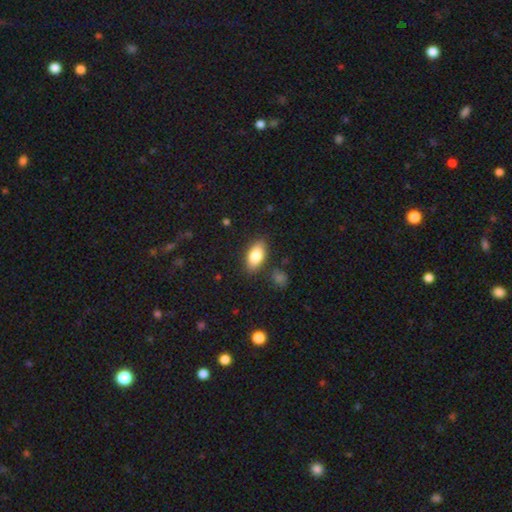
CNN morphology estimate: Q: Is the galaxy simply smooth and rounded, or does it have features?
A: smooth — 82%.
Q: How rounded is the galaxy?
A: in between — 90%.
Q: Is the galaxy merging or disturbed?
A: none — 85%.